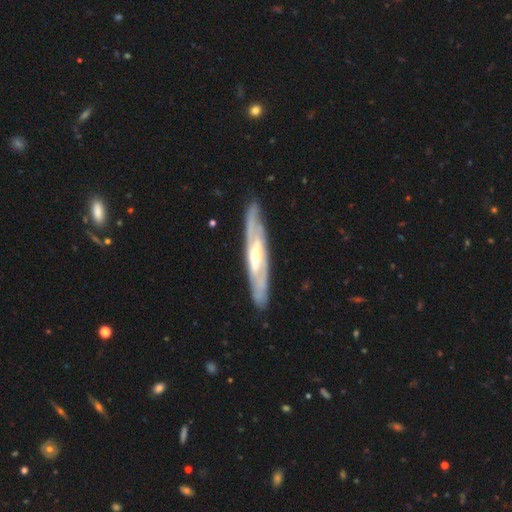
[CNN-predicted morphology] The model was most divided on "edge-on disk": yes: 53%, no: 47%. More confident: merging — none (85%); smooth or featured — featured or disk (78%).